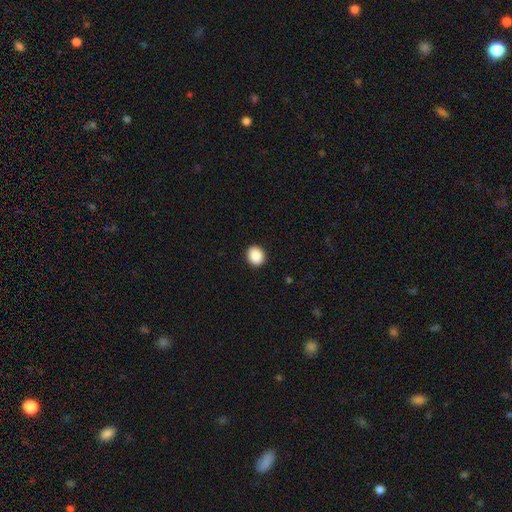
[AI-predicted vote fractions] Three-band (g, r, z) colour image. It shows a smooth galaxy with no disk features (89%) that is round (69%). Merging: none (92%).